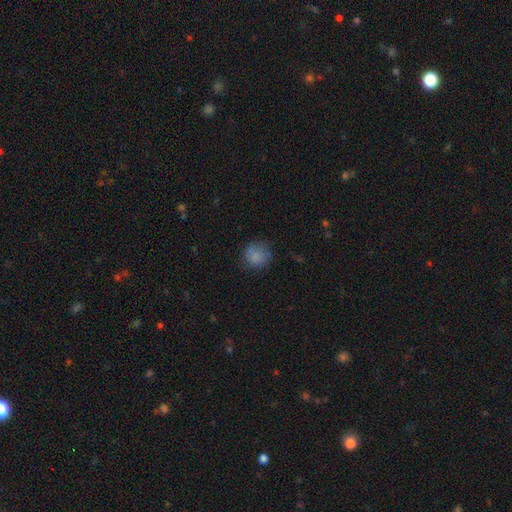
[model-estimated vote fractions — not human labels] This is clearly a smooth galaxy (81%). How rounded: clearly round (87%). Merging: likely none (71%).